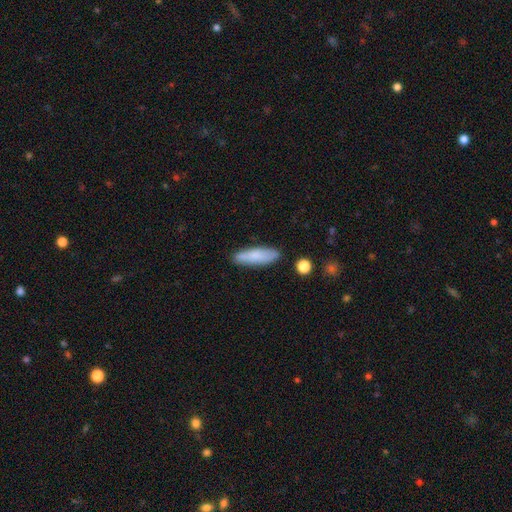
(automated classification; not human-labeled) smooth_or_featured: smooth (p=0.79) [alt: featured or disk p=0.15]
how_rounded: cigar-shaped (p=0.58) [alt: in between p=0.40]
merging: none (p=0.81) [alt: minor disturbance p=0.14]